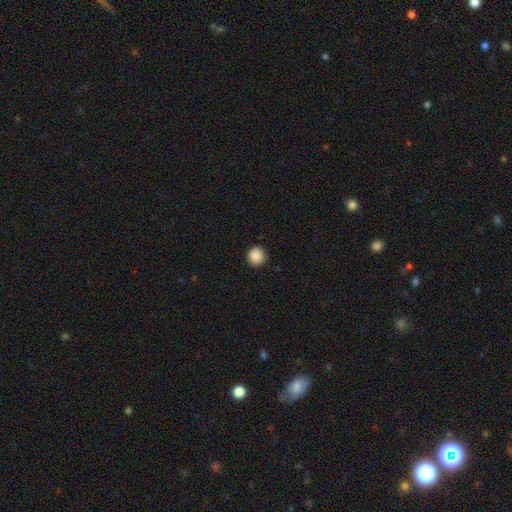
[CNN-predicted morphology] Smooth or featured?
  - smooth: 89% *
  - star or artifact: 9%
  - featured or disk: 2%
How rounded?
  - round: 94% *
  - in between: 5%
  - cigar-shaped: 1%
Merging?
  - none: 91% *
  - minor disturbance: 6%
  - major disturbance: 2%
  - merger: 1%